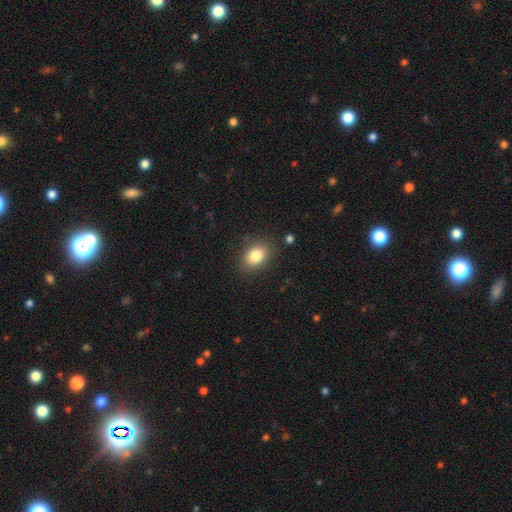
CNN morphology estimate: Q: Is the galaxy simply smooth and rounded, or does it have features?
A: smooth — 83%.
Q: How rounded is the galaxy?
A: in between — 77%.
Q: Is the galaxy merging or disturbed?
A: none — 84%.